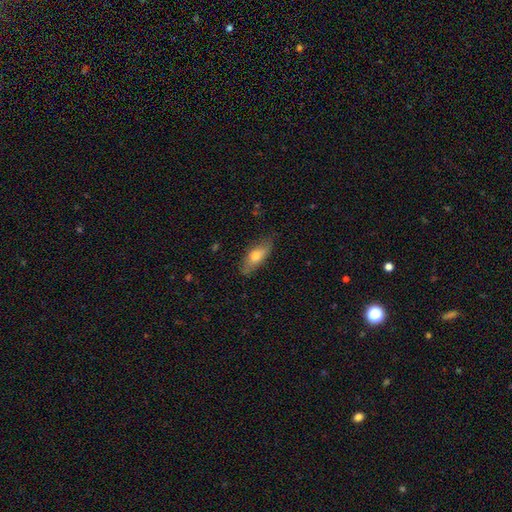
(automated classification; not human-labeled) smooth-or-featured: smooth: 67% | featured or disk: 27% | star or artifact: 6%
  how-rounded: in between: 66% | cigar-shaped: 31% | round: 3%
  merging: none: 75% | minor disturbance: 19% | major disturbance: 4% | merger: 1%